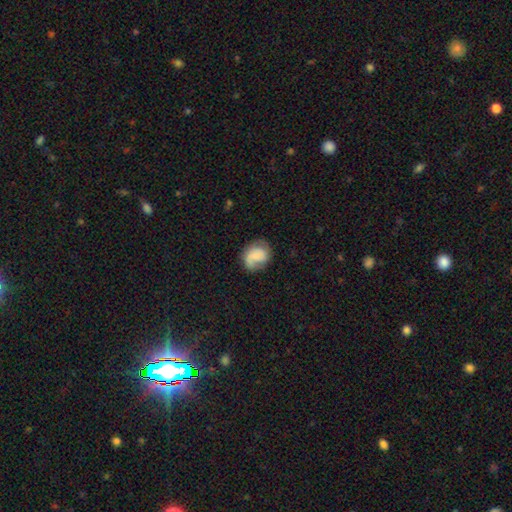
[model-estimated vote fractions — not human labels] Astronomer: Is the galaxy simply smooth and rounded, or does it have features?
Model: smooth — 51% (runner-up: featured or disk, 40%).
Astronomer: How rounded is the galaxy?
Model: round — 58% (runner-up: in between, 41%).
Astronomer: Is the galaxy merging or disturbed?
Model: none — 59%.